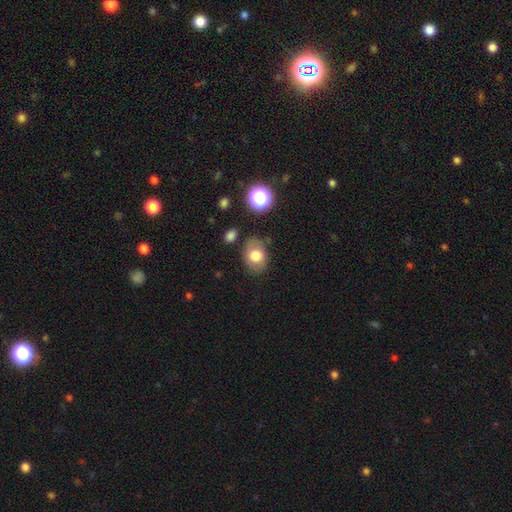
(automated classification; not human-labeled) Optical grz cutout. It shows a smooth galaxy with no disk features (76%) that is in between round and cigar-shaped (57%). Merging: none (71%).